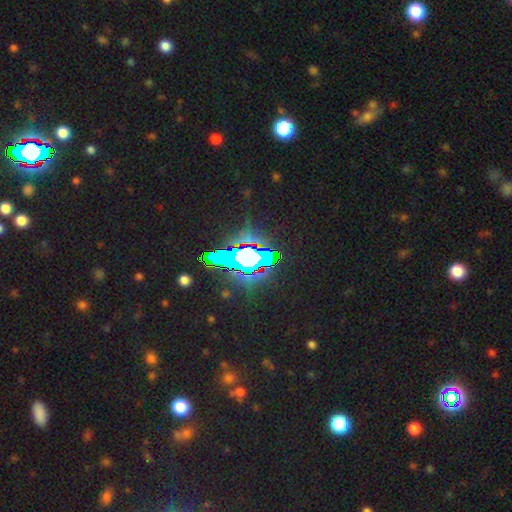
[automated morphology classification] Smooth or featured: star or artifact — 69% (smooth — 16%)